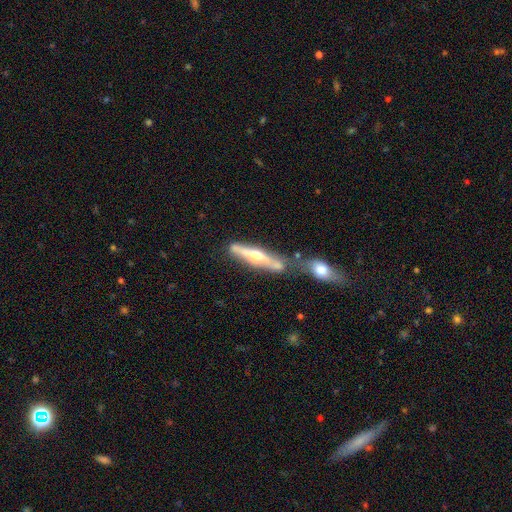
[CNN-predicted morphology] Smooth or featured? Predicted: featured or disk (p=0.66). Edge-on disk? Predicted: yes (p=0.91). Edge-on bulge? Predicted: rounded (p=0.88). Merging? Predicted: none (p=0.44).